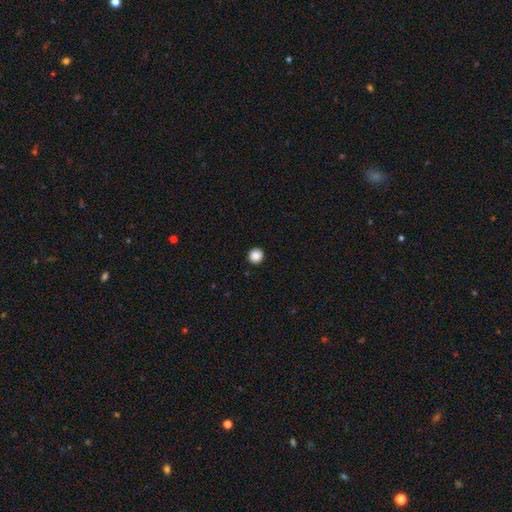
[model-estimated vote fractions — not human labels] smooth 88%, star or artifact 10%, featured or disk 2%. Down the decision tree: how rounded — round (95%); merging — none (93%).